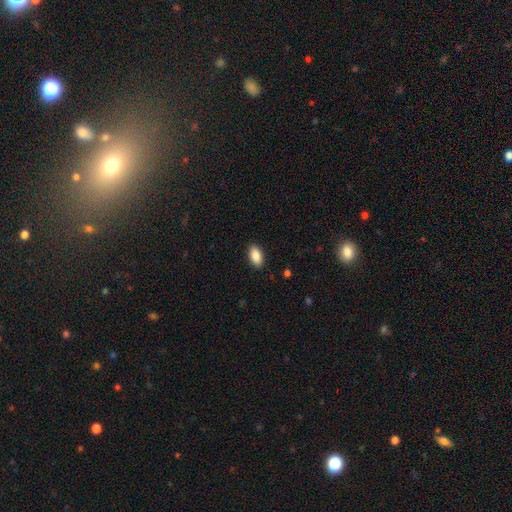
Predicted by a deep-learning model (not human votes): Smooth or featured? Predicted: smooth (p=0.88). How rounded? Predicted: in between (p=0.92). Merging? Predicted: none (p=0.90).